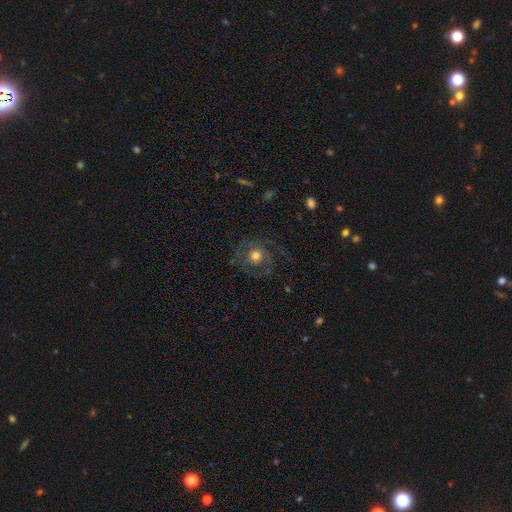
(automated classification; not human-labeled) This is likely a featured or disk galaxy (60%). It is clearly not viewed edge-on (97%). Bar: clearly no (82%). Spiral arm pattern: likely yes (79%). Central bulge: likely moderate (69%). Merging: likely none (67%).